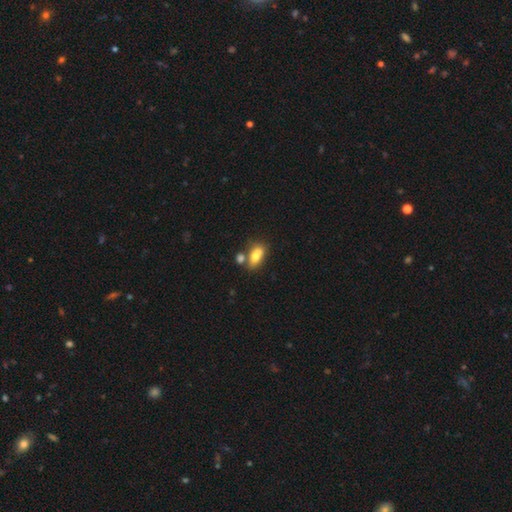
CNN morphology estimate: The model was most divided on "merging": none: 49%, merger: 31%, minor disturbance: 15%, major disturbance: 5%. More confident: how rounded — in between (83%); smooth or featured — smooth (76%).